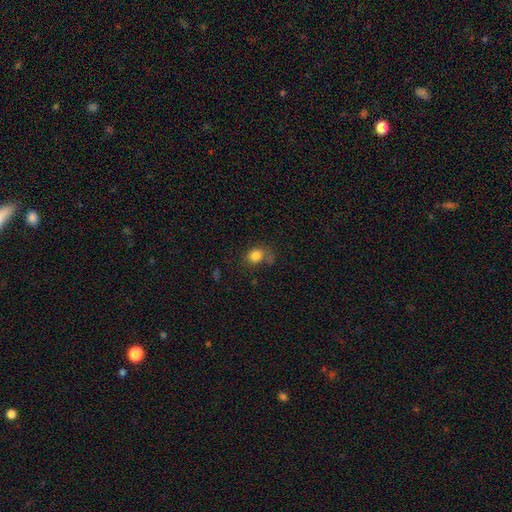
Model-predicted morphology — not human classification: smooth 82%, star or artifact 11%, featured or disk 7%. Down the decision tree: how rounded — round (59%); merging — none (55%).